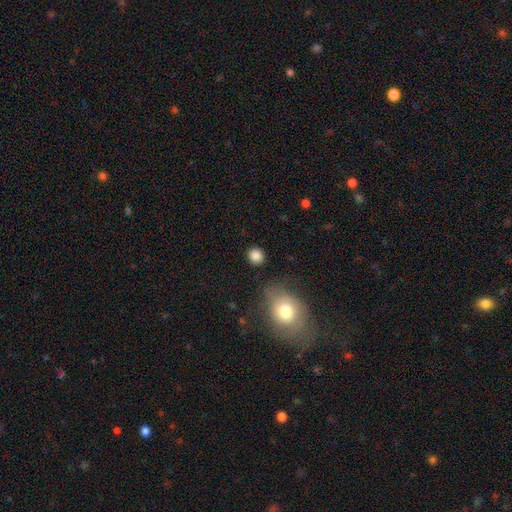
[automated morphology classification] A smooth galaxy with no disk features (86%) that is round (87%).

Vote fractions:
- Smooth or featured? smooth: 86% / star or artifact: 10% / featured or disk: 5%
- How rounded? round: 87% / in between: 12% / cigar-shaped: 1%
- Merging? none: 87% / minor disturbance: 7% / major disturbance: 3% / merger: 2%